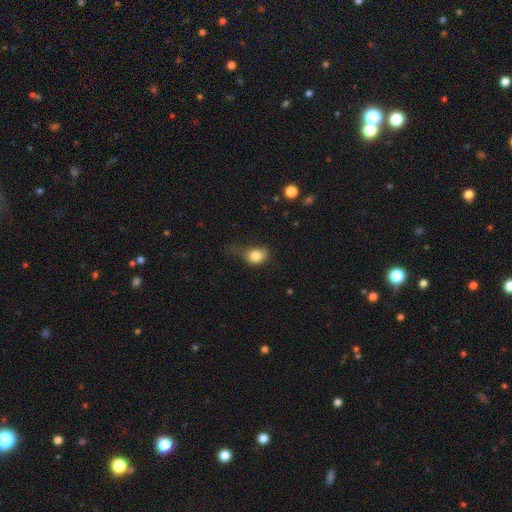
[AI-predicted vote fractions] A smooth galaxy with no disk features (81%) that is in between round and cigar-shaped (58%).

Vote fractions:
- Smooth or featured? smooth: 81% / star or artifact: 10% / featured or disk: 9%
- How rounded? in between: 58% / round: 41% / cigar-shaped: 2%
- Merging? minor disturbance: 37% / none: 33% / major disturbance: 27% / merger: 3%